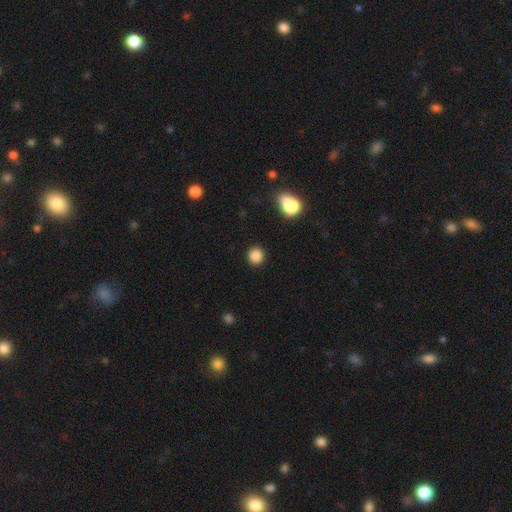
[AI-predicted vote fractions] Smooth or featured: smooth — 86% (star or artifact — 11%)
How rounded: round — 88% (in between — 11%)
Merging: none — 90% (minor disturbance — 6%)